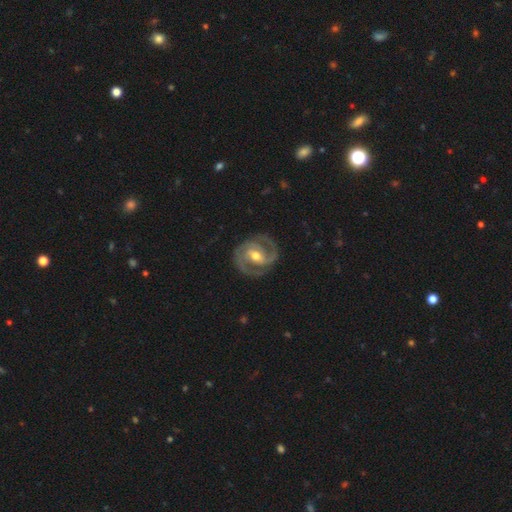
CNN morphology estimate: featured or disk 90%, smooth 6%, star or artifact 4%. Down the decision tree: edge-on disk — no (98%); bar — weak (42%); spiral arms — yes (96%); spiral arm count — 2 (90%); spiral winding — tight (47%); bulge size — moderate (71%); merging — none (83%).